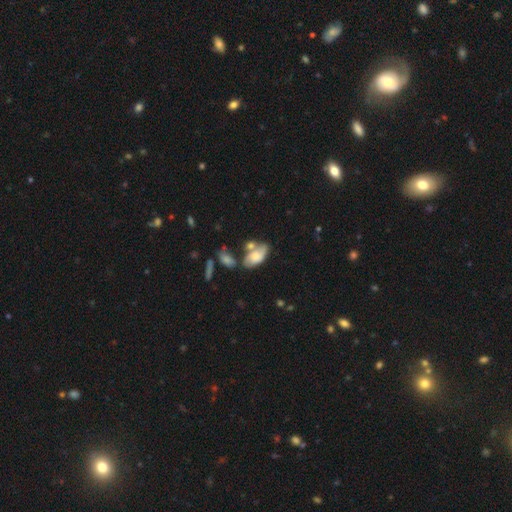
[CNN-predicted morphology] Smooth or featured? Predicted: smooth (p=0.55). How rounded? Predicted: in between (p=0.91). Merging? Predicted: none (p=0.39).